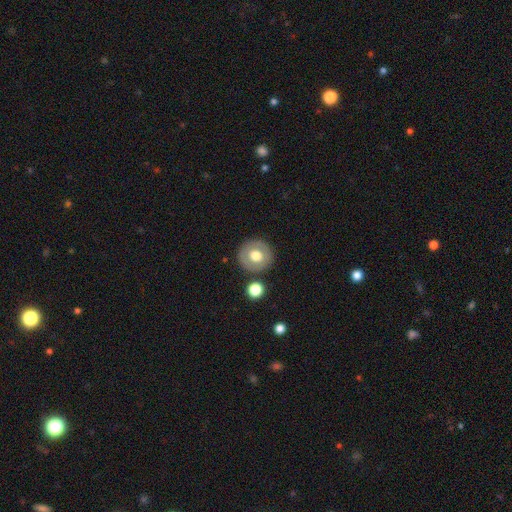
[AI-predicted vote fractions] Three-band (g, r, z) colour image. It shows a smooth galaxy with no disk features (61%) that is round (91%). Merging: none (85%).